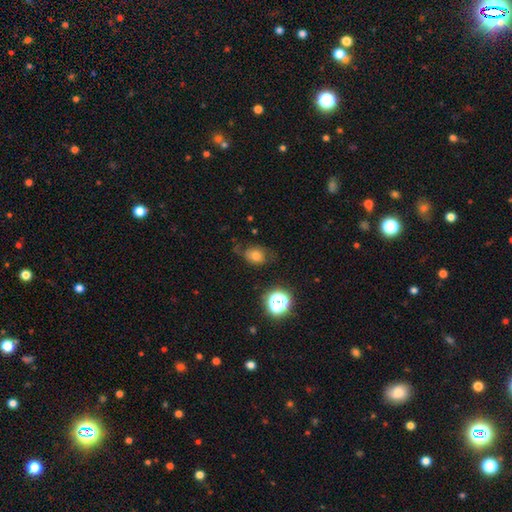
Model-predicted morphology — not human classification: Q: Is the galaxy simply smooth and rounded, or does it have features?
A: smooth — 66%.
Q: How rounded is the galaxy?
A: in between — 53%.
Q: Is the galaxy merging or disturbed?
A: none — 57%.